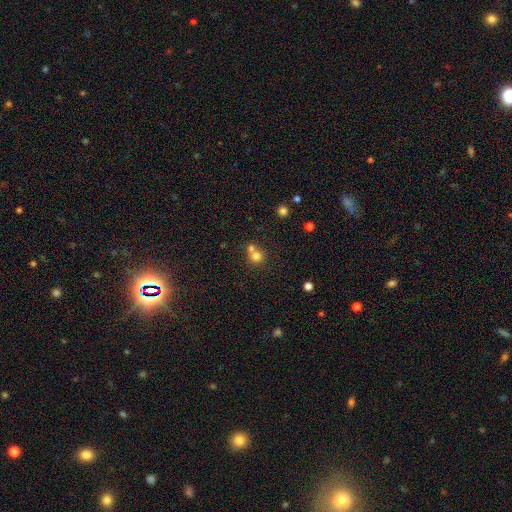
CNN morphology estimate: This is likely a smooth galaxy (75%). How rounded: clearly round (88%). Merging: possibly merger (46%).